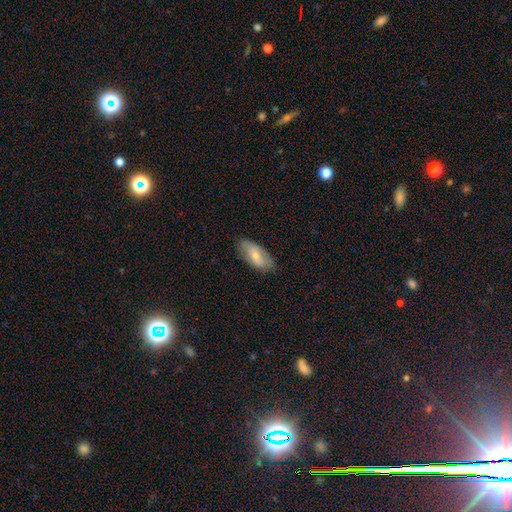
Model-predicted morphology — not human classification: Smooth or featured? smooth (64%)
How rounded? in between (89%)
Merging? none (75%)